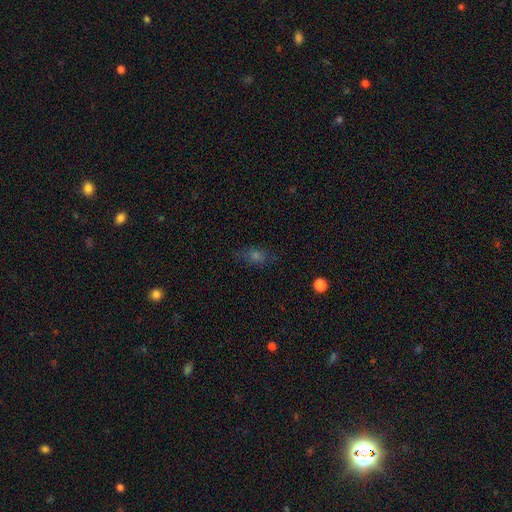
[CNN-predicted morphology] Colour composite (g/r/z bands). It shows a smooth galaxy with no disk features (51%) that is in between round and cigar-shaped (67%). Merging: none (76%).